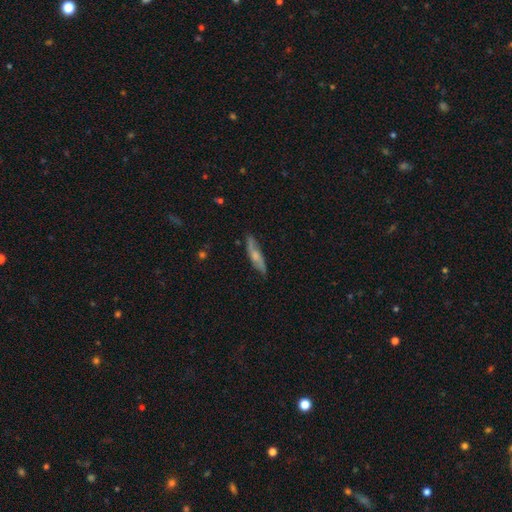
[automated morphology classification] Smooth or featured?
  - featured or disk: 47% *
  - smooth: 46%
  - star or artifact: 7%
Merging?
  - none: 76% *
  - minor disturbance: 18%
  - major disturbance: 4%
  - merger: 2%